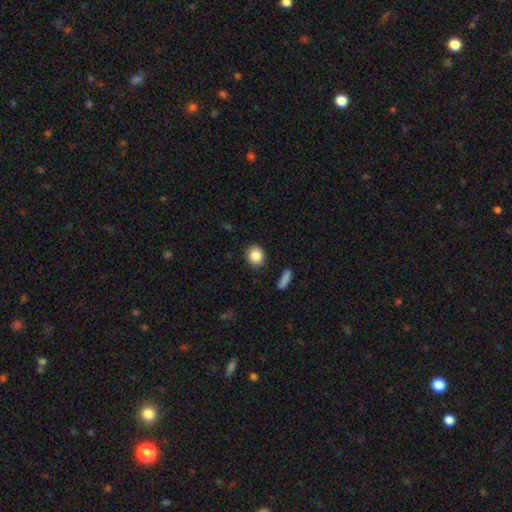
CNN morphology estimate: smooth-or-featured: smooth: 86% | star or artifact: 9% | featured or disk: 6%
  how-rounded: round: 67% | in between: 32% | cigar-shaped: 1%
  merging: none: 88% | minor disturbance: 8% | major disturbance: 2% | merger: 2%